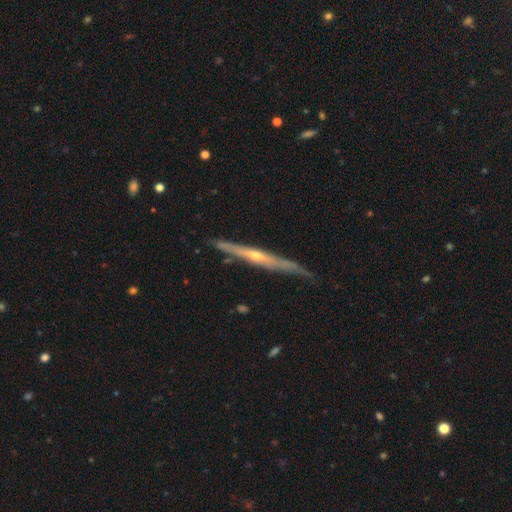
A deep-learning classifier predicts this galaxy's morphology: featured or disk 74%, smooth 21%, star or artifact 5%. Down the decision tree: edge-on disk — yes (95%); edge-on bulge — rounded (69%); merging — none (76%).